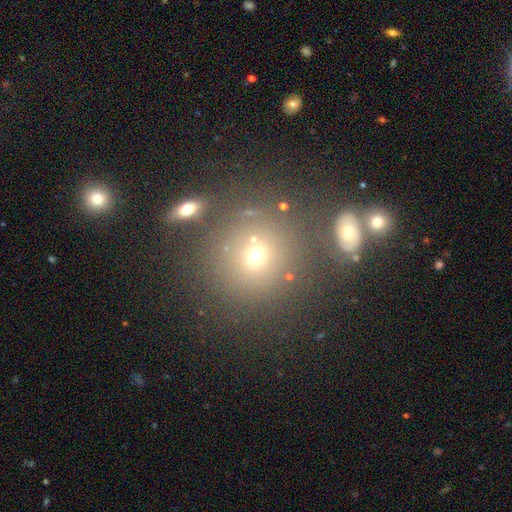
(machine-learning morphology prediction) Overall: smooth (66%). How rounded: round (87%). Merging: none (73%).